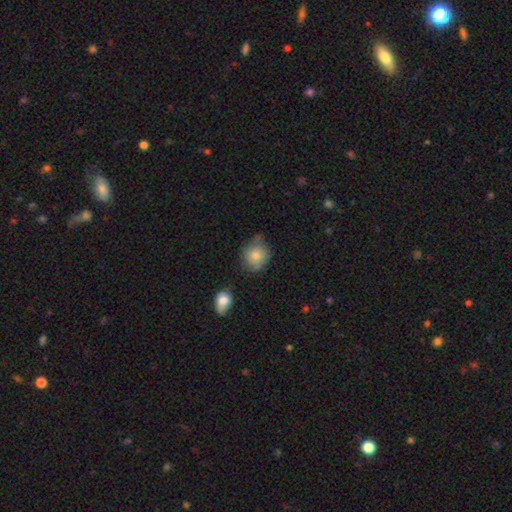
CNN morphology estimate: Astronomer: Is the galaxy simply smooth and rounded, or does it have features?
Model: smooth — 76%.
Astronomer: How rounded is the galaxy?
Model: round — 75%.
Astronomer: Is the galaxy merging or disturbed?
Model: none — 55% (runner-up: minor disturbance, 30%).